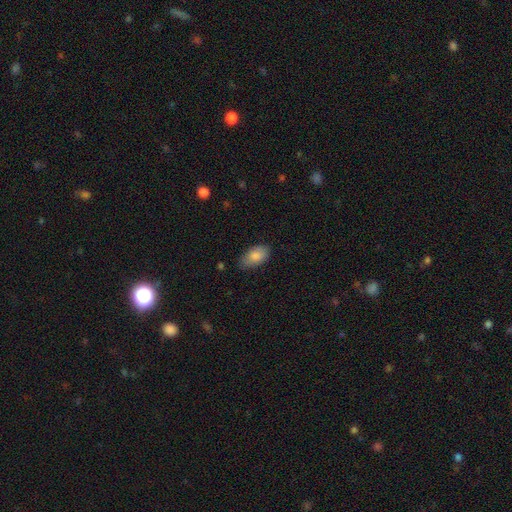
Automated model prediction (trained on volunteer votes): Smooth or featured: smooth — 84% (featured or disk — 9%)
How rounded: in between — 93% (round — 5%)
Merging: none — 75% (minor disturbance — 20%)